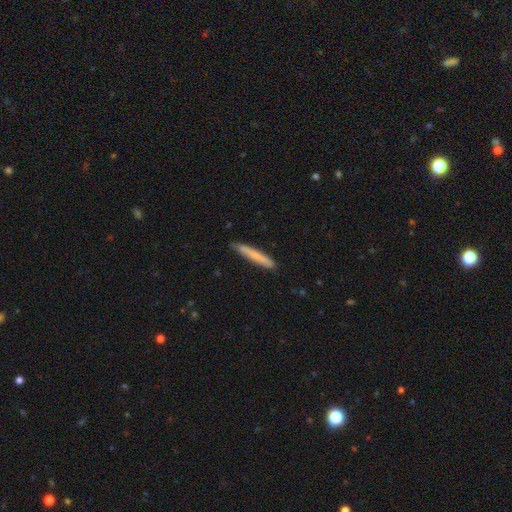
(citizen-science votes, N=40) Smooth or featured: smooth — 65% (featured or disk — 25%)
How rounded: cigar-shaped — 100%
Merging: none — 86% (minor disturbance — 14%)